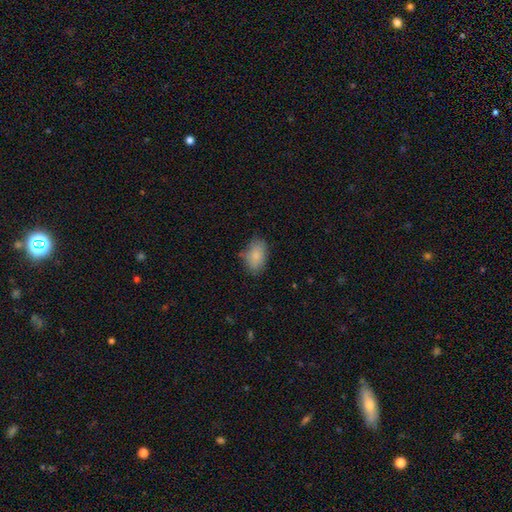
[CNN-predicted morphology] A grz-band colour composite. It shows a smooth galaxy with no disk features (85%) that is in between round and cigar-shaped (90%). Merging: none (75%).